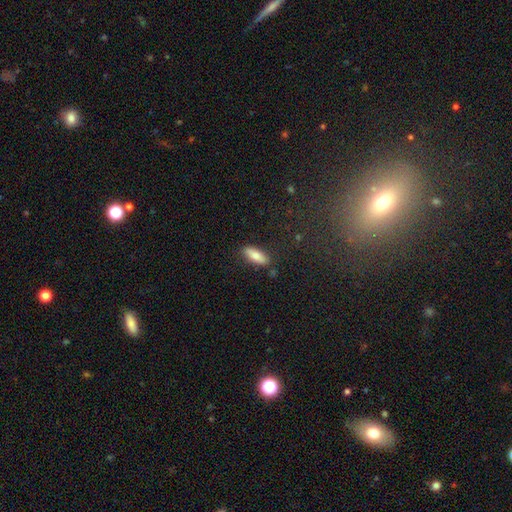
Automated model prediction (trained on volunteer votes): A smooth galaxy with no disk features (78%) that is in between round and cigar-shaped (69%).

Vote fractions:
- Smooth or featured? smooth: 78% / featured or disk: 15% / star or artifact: 6%
- How rounded? in between: 69% / cigar-shaped: 28% / round: 2%
- Merging? none: 85% / minor disturbance: 11% / major disturbance: 2% / merger: 2%